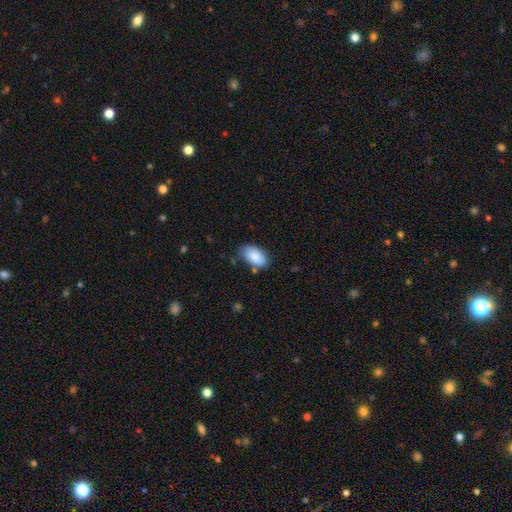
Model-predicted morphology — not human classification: Q: Smooth or featured?
A: smooth (86%); runner-up: featured or disk (8%)
Q: How rounded?
A: in between (94%); runner-up: round (4%)
Q: Merging?
A: none (74%); runner-up: minor disturbance (19%)